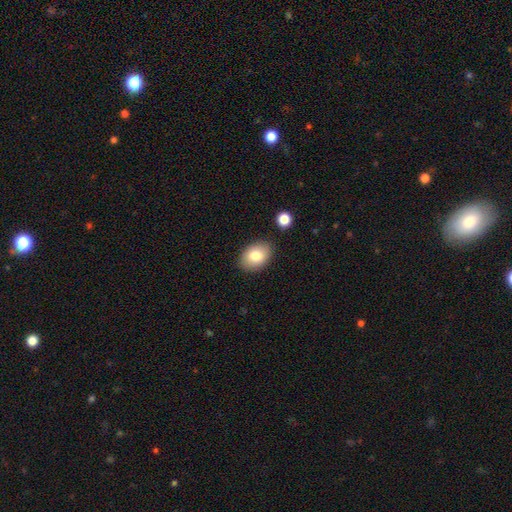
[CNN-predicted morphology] Q: Smooth or featured?
A: smooth (82%); runner-up: featured or disk (11%)
Q: How rounded?
A: in between (81%); runner-up: round (18%)
Q: Merging?
A: none (84%); runner-up: minor disturbance (11%)